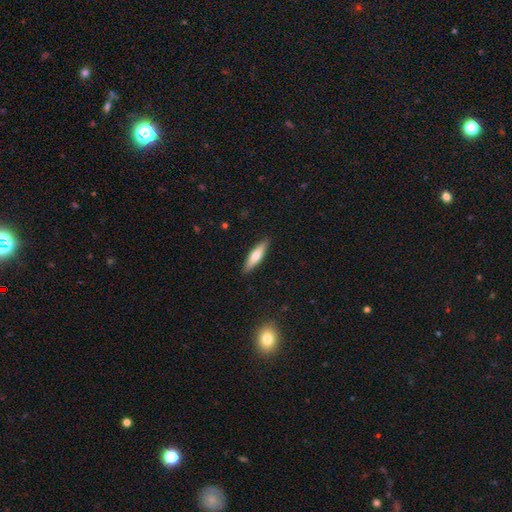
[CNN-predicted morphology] Smooth or featured?
  - smooth: 63% *
  - featured or disk: 31%
  - star or artifact: 6%
How rounded?
  - cigar-shaped: 70% *
  - in between: 28%
  - round: 2%
Merging?
  - none: 89% *
  - minor disturbance: 8%
  - major disturbance: 2%
  - merger: 1%